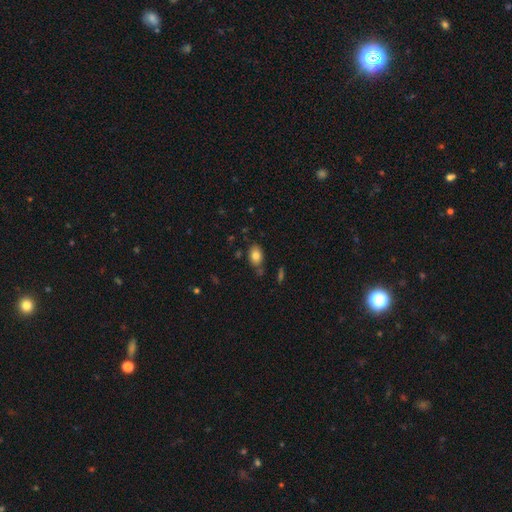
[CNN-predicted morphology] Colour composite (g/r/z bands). It shows a smooth galaxy with no disk features (82%) that is in between round and cigar-shaped (83%). Merging: none (75%).